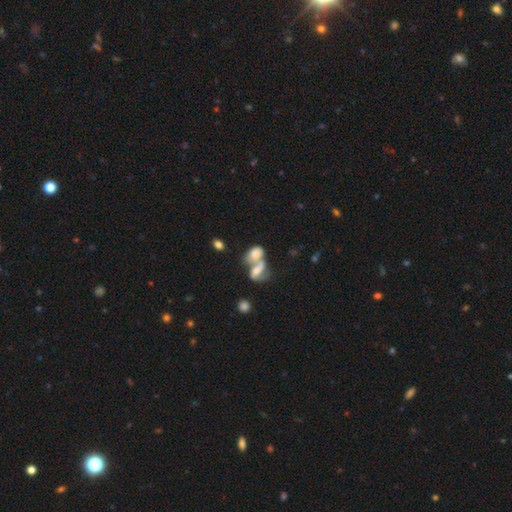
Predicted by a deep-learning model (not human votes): Smooth or featured?
  - smooth: 53% *
  - featured or disk: 36%
  - star or artifact: 11%
How rounded?
  - in between: 81% *
  - round: 15%
  - cigar-shaped: 3%
Merging?
  - merger: 74% *
  - none: 12%
  - major disturbance: 8%
  - minor disturbance: 6%